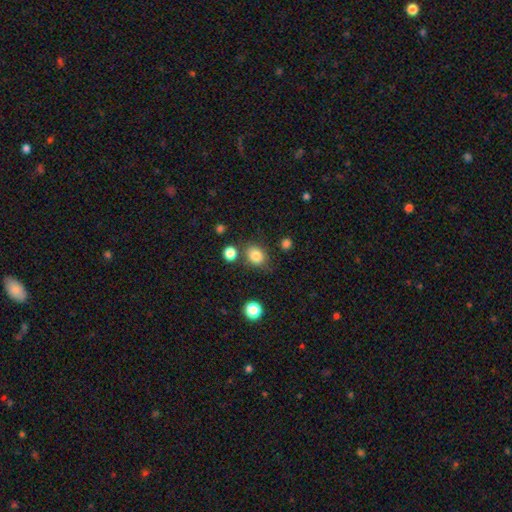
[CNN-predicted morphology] The model was most divided on "how rounded": in between: 53%, round: 46%, cigar-shaped: 1%. More confident: smooth or featured — smooth (83%); merging — none (74%).